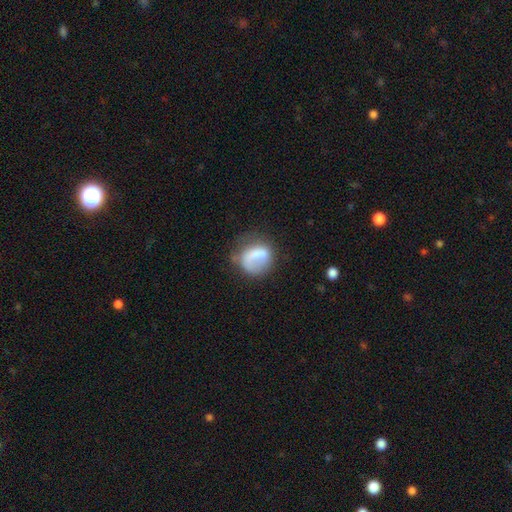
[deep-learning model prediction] Smooth or featured? Predicted: smooth (p=0.66). How rounded? Predicted: round (p=0.70). Merging? Predicted: none (p=0.41).